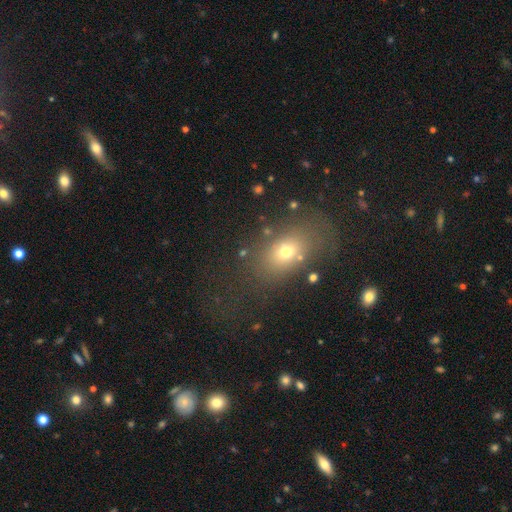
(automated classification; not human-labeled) smooth-or-featured: smooth: 62% | star or artifact: 23% | featured or disk: 15%
  how-rounded: in between: 69% | round: 27% | cigar-shaped: 4%
  merging: none: 69% | minor disturbance: 16% | major disturbance: 11% | merger: 4%